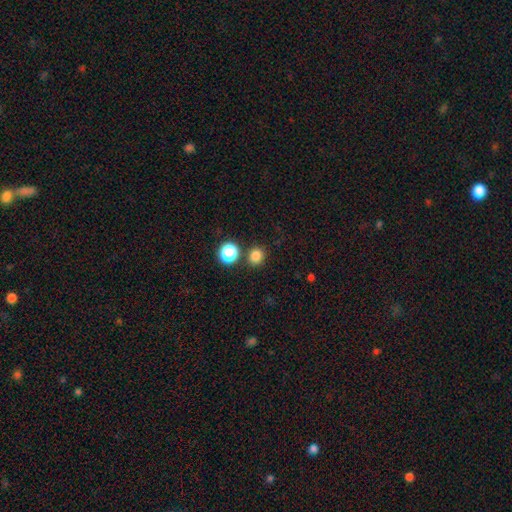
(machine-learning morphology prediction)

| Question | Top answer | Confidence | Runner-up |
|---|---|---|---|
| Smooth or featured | smooth | 81% | star or artifact (15%) |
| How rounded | round | 82% | in between (17%) |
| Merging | none | 81% | merger (9%) |